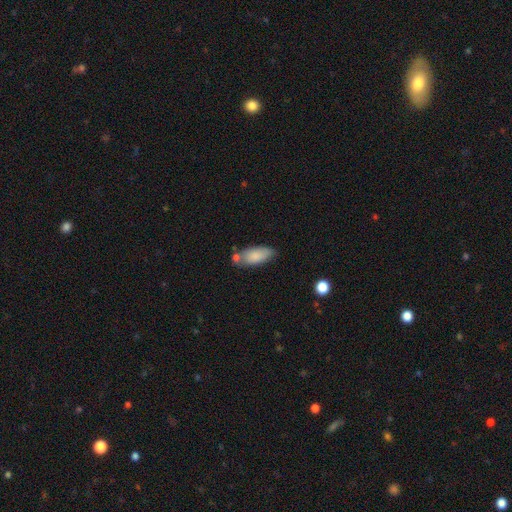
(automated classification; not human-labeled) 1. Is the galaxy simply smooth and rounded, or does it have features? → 84% smooth, 9% featured or disk, 7% star or artifact.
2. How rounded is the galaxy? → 86% in between, 12% cigar-shaped, 2% round.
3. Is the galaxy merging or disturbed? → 58% none, 20% minor disturbance, 17% merger, 5% major disturbance.